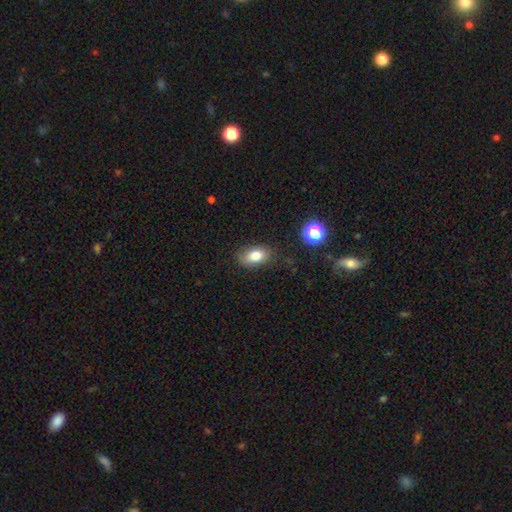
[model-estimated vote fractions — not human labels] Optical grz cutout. It shows a smooth galaxy with no disk features (80%) that is in between round and cigar-shaped (85%). Merging: none (79%).